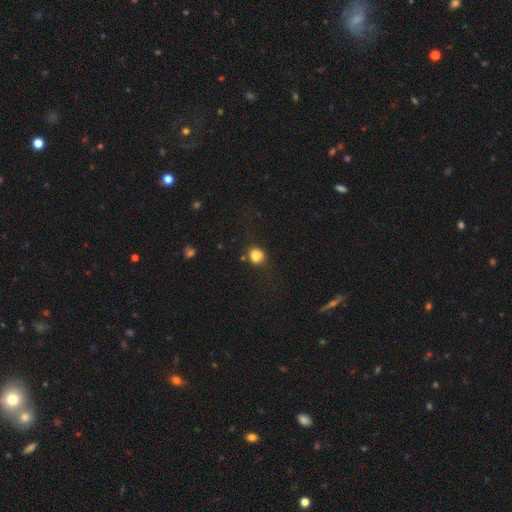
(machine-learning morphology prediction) A smooth galaxy with no disk features (83%) that is round (68%).

Vote fractions:
- Smooth or featured? smooth: 83% / star or artifact: 11% / featured or disk: 6%
- How rounded? round: 68% / in between: 31% / cigar-shaped: 1%
- Merging? none: 67% / minor disturbance: 20% / major disturbance: 8% / merger: 5%